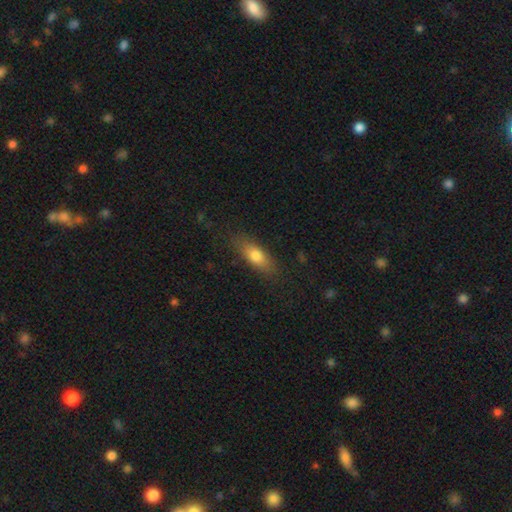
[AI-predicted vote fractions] Smooth or featured?
  - smooth: 76% *
  - featured or disk: 17%
  - star or artifact: 7%
How rounded?
  - in between: 68% *
  - cigar-shaped: 29%
  - round: 4%
Merging?
  - none: 81% *
  - minor disturbance: 14%
  - major disturbance: 4%
  - merger: 1%